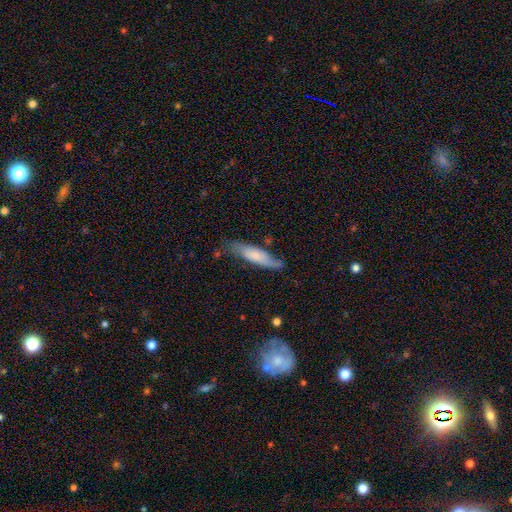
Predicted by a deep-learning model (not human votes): The model was most divided on "smooth or featured": smooth: 61%, featured or disk: 33%, star or artifact: 6%. More confident: how rounded — cigar-shaped (68%); merging — none (65%).